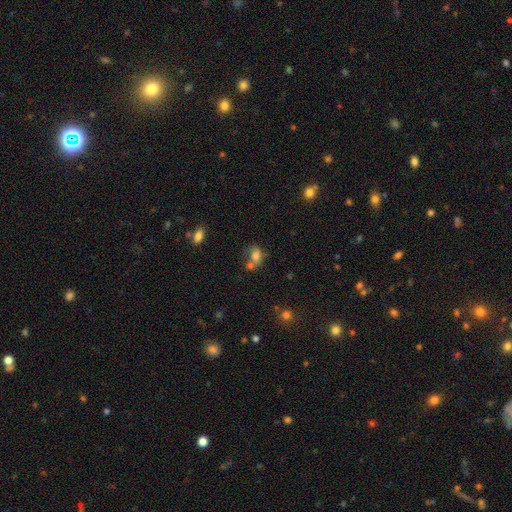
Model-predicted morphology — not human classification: Q: Smooth or featured?
A: smooth (68%); runner-up: featured or disk (19%)
Q: How rounded?
A: in between (71%); runner-up: round (27%)
Q: Merging?
A: merger (42%); runner-up: none (31%)